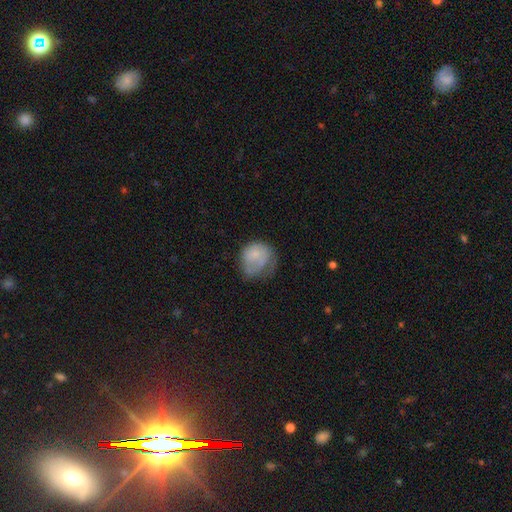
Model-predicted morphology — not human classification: Overall: smooth (65%; featured or disk 27%). How rounded: round (66%; in between 33%). Merging: major disturbance (34%; minor disturbance 31%).